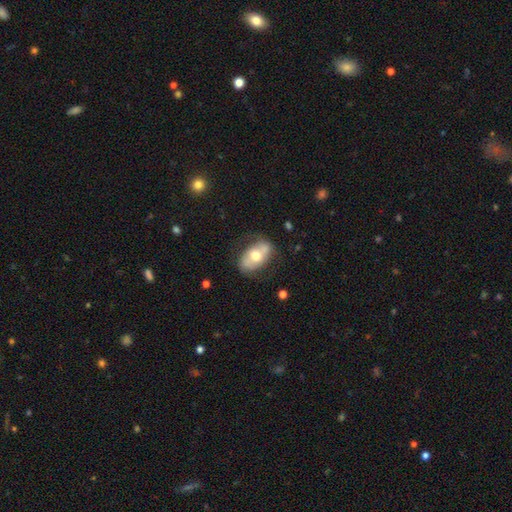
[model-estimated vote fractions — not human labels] Smooth or featured?
  - smooth: 50% *
  - featured or disk: 44%
  - star or artifact: 6%
Merging?
  - none: 69% *
  - minor disturbance: 20%
  - major disturbance: 7%
  - merger: 4%